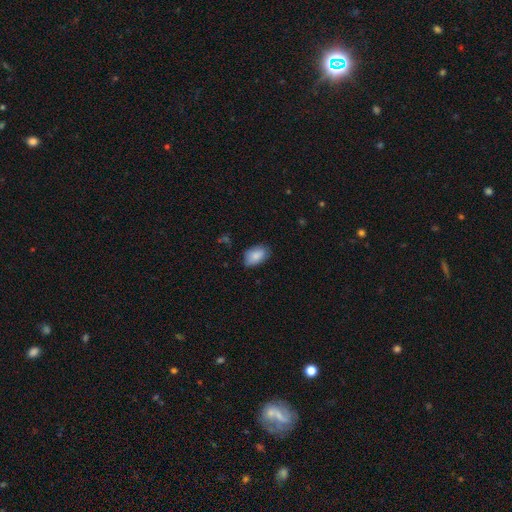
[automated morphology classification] Smooth or featured: smooth — 87% (featured or disk — 7%)
How rounded: in between — 93% (round — 6%)
Merging: none — 77% (minor disturbance — 19%)